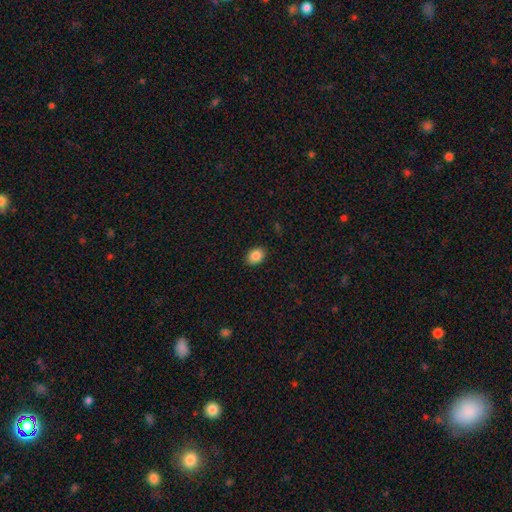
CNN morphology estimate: A smooth galaxy with no disk features (87%) that is in between round and cigar-shaped (68%).

Vote fractions:
- Smooth or featured? smooth: 87% / star or artifact: 9% / featured or disk: 4%
- How rounded? in between: 68% / round: 31% / cigar-shaped: 1%
- Merging? none: 89% / minor disturbance: 8% / major disturbance: 2% / merger: 1%